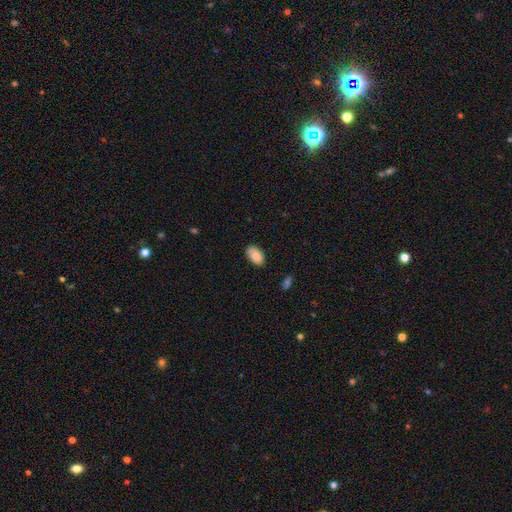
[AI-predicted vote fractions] The model was most divided on "merging": none: 80%, minor disturbance: 16%, major disturbance: 3%, merger: 1%. More confident: how rounded — in between (94%); smooth or featured — smooth (87%).